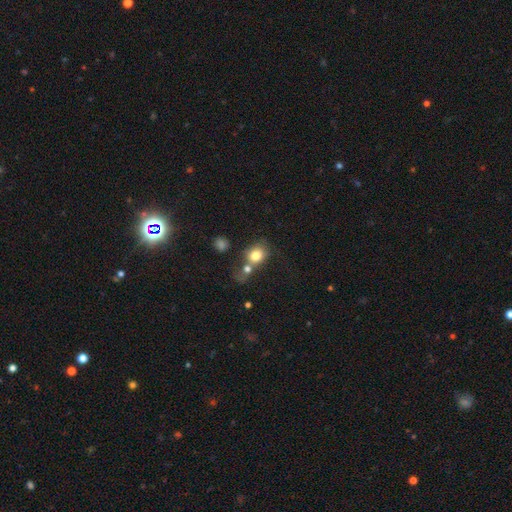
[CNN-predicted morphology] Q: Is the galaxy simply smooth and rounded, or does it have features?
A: smooth — 78%.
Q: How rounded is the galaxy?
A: round — 57%.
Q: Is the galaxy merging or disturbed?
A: merger — 44%.